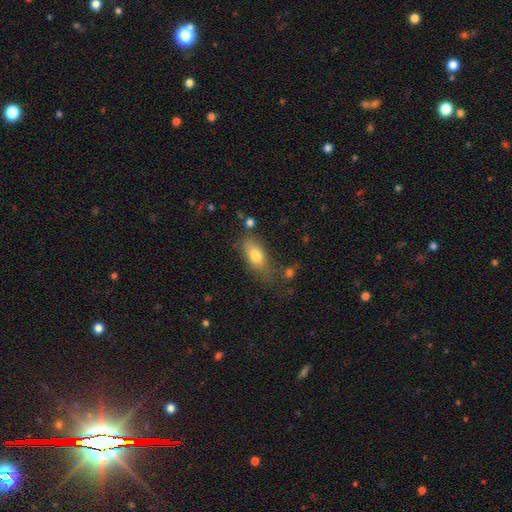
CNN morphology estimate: This appears to be a smooth galaxy with no disk features (77%) that is in between round and cigar-shaped (83%). Merging: none (58%).